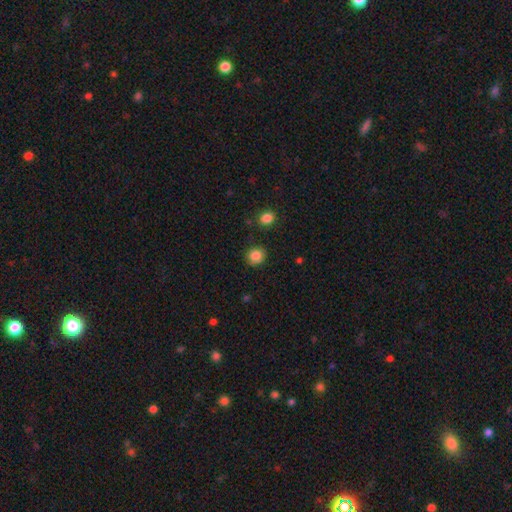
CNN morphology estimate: smooth 85%, star or artifact 10%, featured or disk 5%. Down the decision tree: how rounded — round (81%); merging — none (83%).